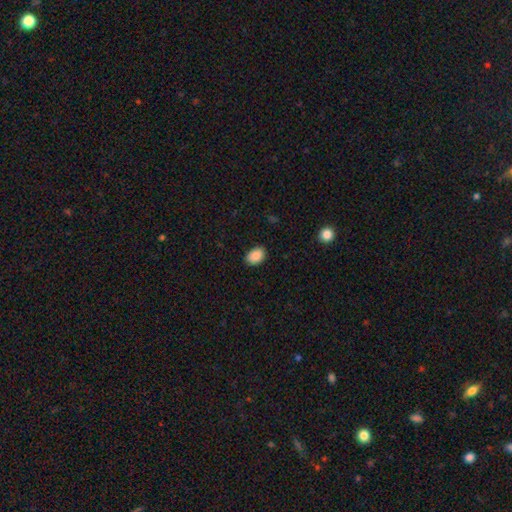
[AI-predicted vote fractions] Q: Smooth or featured?
A: smooth (89%); runner-up: star or artifact (7%)
Q: How rounded?
A: in between (83%); runner-up: round (16%)
Q: Merging?
A: none (87%); runner-up: minor disturbance (10%)